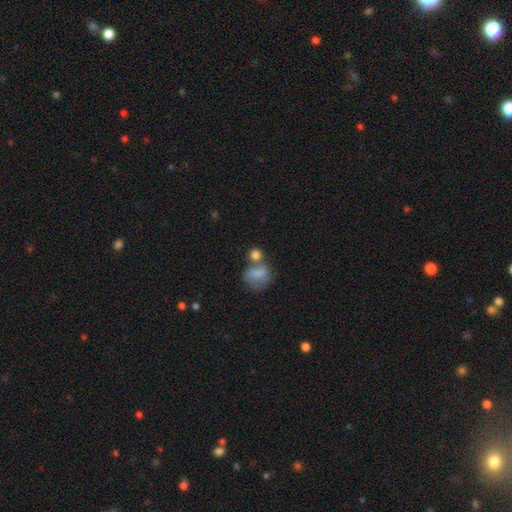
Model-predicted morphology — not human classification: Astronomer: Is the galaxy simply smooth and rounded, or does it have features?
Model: smooth — 80%.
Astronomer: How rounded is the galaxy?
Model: round — 65%.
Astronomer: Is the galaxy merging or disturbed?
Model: merger — 41% (runner-up: none, 38%).